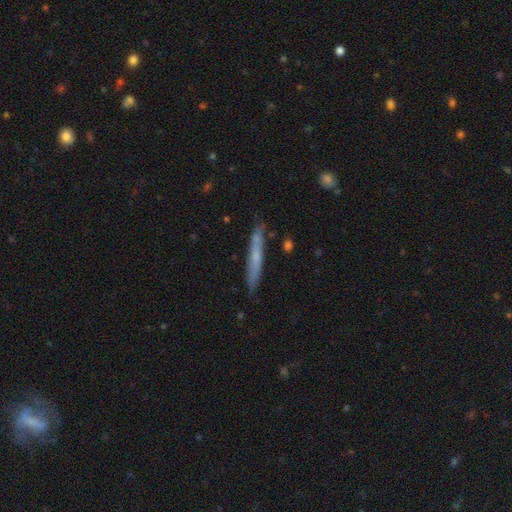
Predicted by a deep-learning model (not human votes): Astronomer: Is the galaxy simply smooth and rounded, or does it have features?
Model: smooth — 53% (runner-up: featured or disk, 40%).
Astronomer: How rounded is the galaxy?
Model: cigar-shaped — 95%.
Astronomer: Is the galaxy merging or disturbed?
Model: none — 85%.